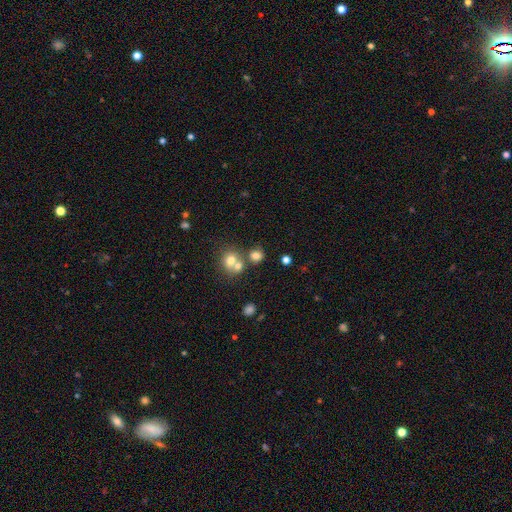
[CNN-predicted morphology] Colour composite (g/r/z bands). It shows a smooth galaxy with no disk features (72%) that is round (77%). Merging: none (54%).